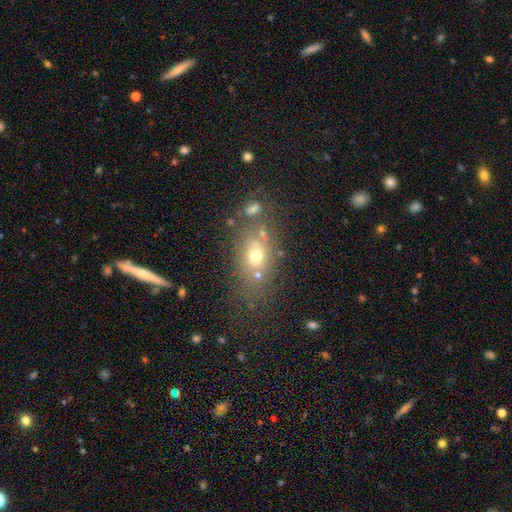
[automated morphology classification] Q: Smooth or featured?
A: smooth (62%); runner-up: featured or disk (21%)
Q: How rounded?
A: in between (63%); runner-up: round (34%)
Q: Merging?
A: none (60%); runner-up: minor disturbance (16%)